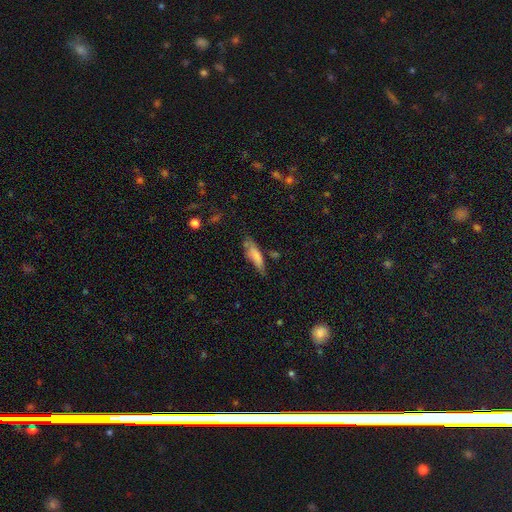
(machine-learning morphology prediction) smooth-or-featured: smooth: 72% | featured or disk: 21% | star or artifact: 8%
  how-rounded: cigar-shaped: 54% | in between: 44% | round: 2%
  merging: none: 49% | minor disturbance: 33% | major disturbance: 12% | merger: 7%